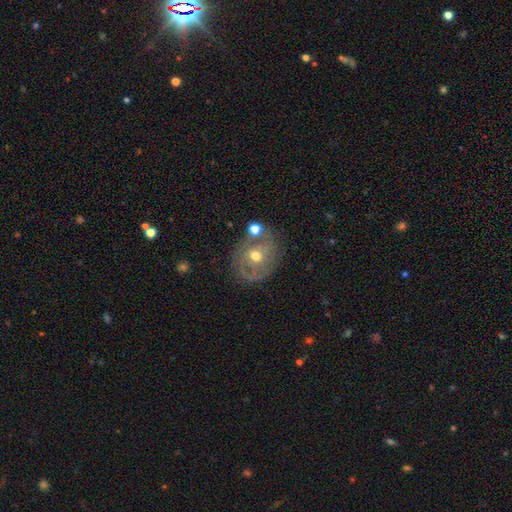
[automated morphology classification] Smooth or featured? Predicted: featured or disk (p=0.59). Edge-on disk? Predicted: no (p=0.96). Bar? Predicted: no (p=0.59). Spiral arms? Predicted: yes (p=0.58). Bulge size? Predicted: moderate (p=0.71). Merging? Predicted: none (p=0.60).